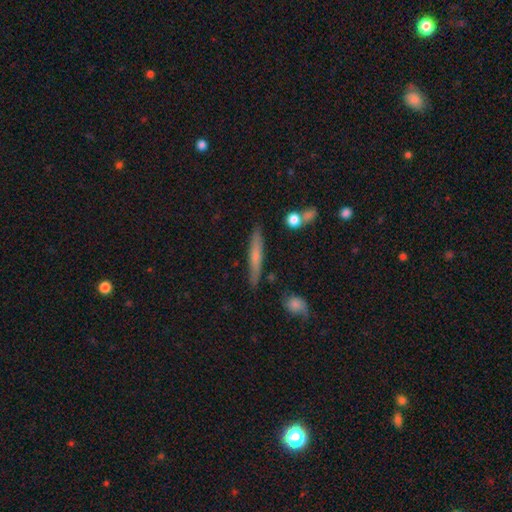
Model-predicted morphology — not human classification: Smooth or featured? Predicted: smooth (p=0.56). How rounded? Predicted: cigar-shaped (p=0.92). Merging? Predicted: none (p=0.84).